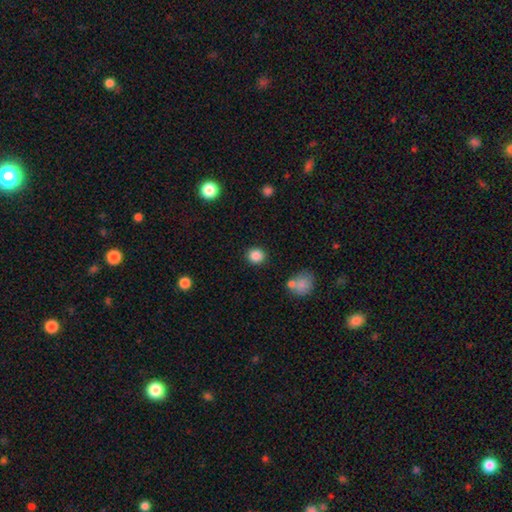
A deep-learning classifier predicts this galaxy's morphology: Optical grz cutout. It shows a smooth galaxy with no disk features (86%) that is round (84%). Merging: none (87%).